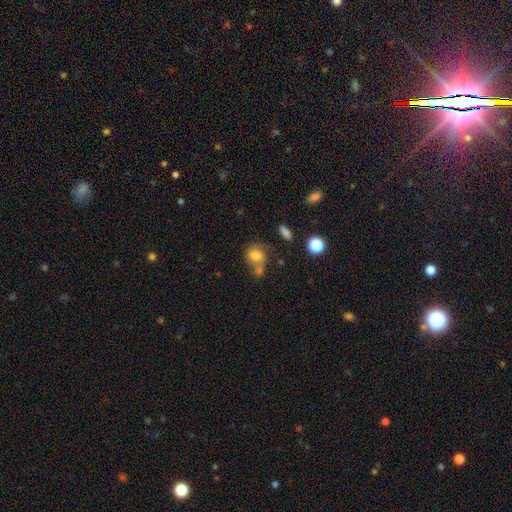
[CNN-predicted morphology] Smooth or featured? Predicted: smooth (p=0.76). How rounded? Predicted: round (p=0.61). Merging? Predicted: none (p=0.40).